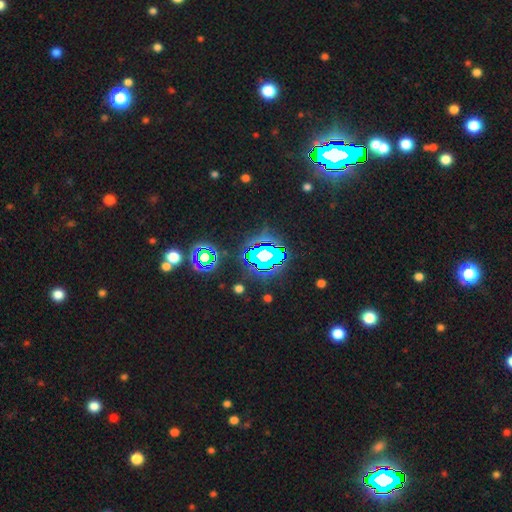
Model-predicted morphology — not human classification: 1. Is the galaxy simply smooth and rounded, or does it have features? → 79% star or artifact, 12% smooth, 9% featured or disk.